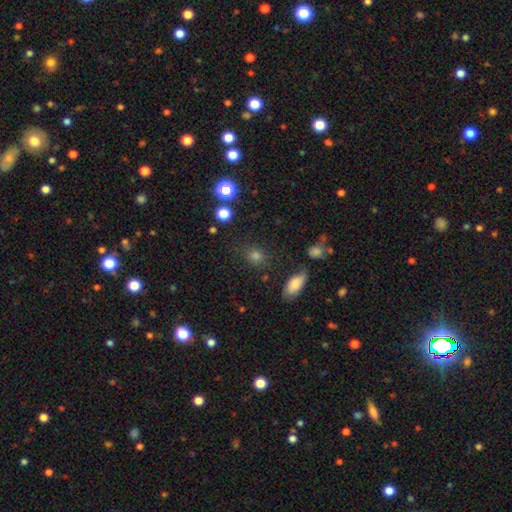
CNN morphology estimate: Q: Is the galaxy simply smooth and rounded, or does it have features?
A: smooth — 69%.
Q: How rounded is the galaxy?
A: round — 76%.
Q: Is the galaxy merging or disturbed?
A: none — 79%.